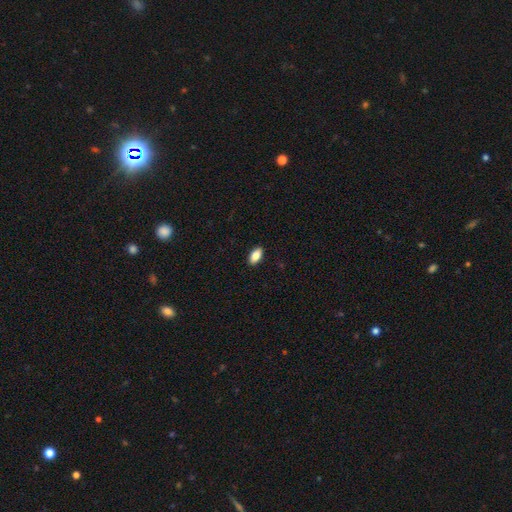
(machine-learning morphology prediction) A smooth galaxy with no disk features (85%) that is in between round and cigar-shaped (92%).

Vote fractions:
- Smooth or featured? smooth: 85% / featured or disk: 8% / star or artifact: 7%
- How rounded? in between: 92% / cigar-shaped: 5% / round: 3%
- Merging? none: 90% / minor disturbance: 7% / major disturbance: 2% / merger: 1%